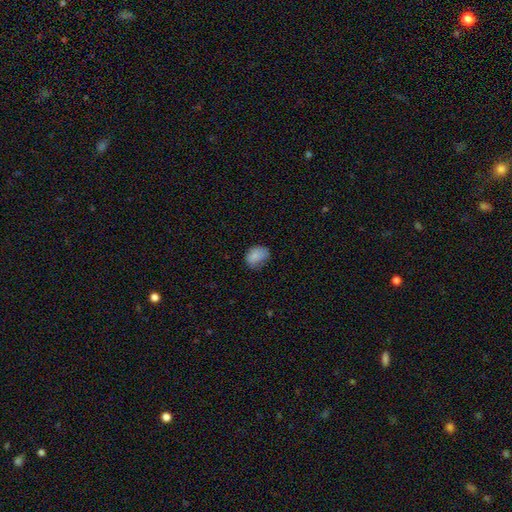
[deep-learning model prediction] A smooth galaxy with no disk features (85%) that is in between round and cigar-shaped (60%). Merging: none (60%).